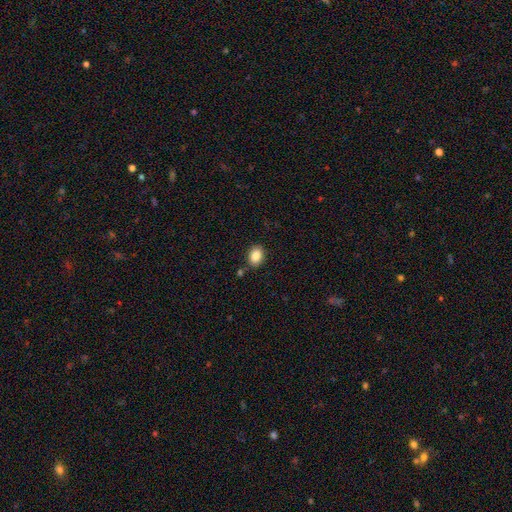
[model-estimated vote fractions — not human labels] Smooth or featured?
  - smooth: 87% *
  - star or artifact: 8%
  - featured or disk: 5%
How rounded?
  - in between: 72% *
  - round: 27%
  - cigar-shaped: 1%
Merging?
  - none: 83% *
  - minor disturbance: 10%
  - merger: 4%
  - major disturbance: 2%